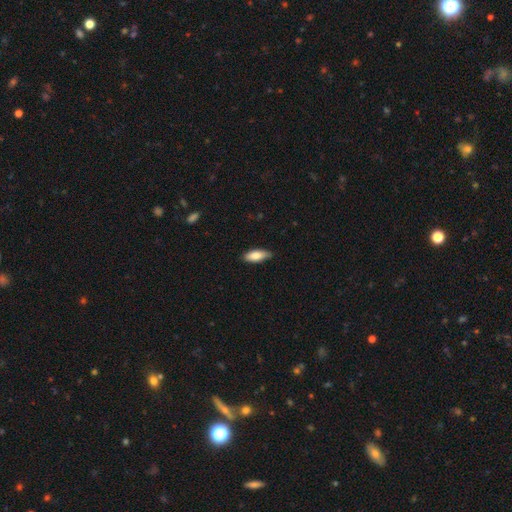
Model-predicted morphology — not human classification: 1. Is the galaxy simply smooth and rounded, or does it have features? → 81% smooth, 13% featured or disk, 6% star or artifact.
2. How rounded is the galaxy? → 76% in between, 22% cigar-shaped, 2% round.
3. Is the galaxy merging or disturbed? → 81% none, 16% minor disturbance, 2% major disturbance, 1% merger.